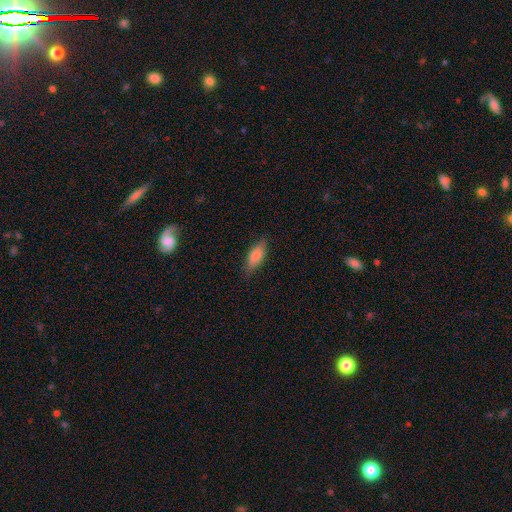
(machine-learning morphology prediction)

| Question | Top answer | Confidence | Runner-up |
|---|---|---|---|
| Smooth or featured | smooth | 75% | featured or disk (18%) |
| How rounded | in between | 66% | cigar-shaped (32%) |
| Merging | none | 81% | minor disturbance (15%) |